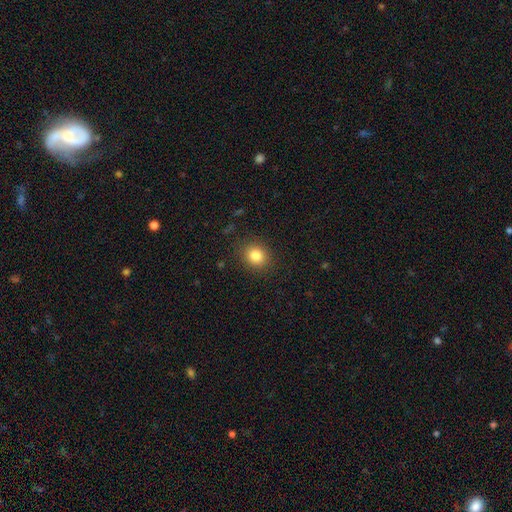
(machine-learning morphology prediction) This is clearly a smooth galaxy (83%). How rounded: likely round (72%). Merging: clearly none (88%).